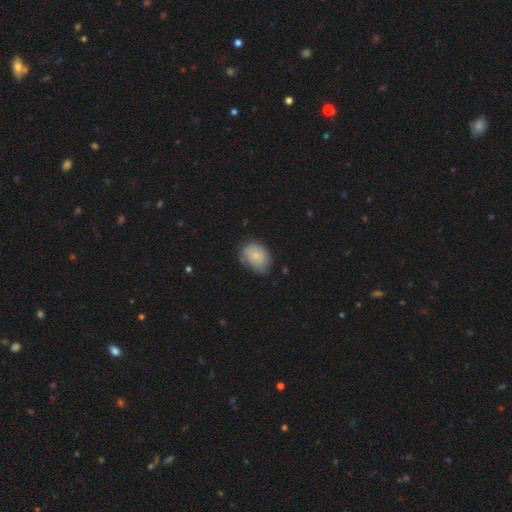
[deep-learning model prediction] Smooth or featured? Predicted: smooth (p=0.75). How rounded? Predicted: in between (p=0.68). Merging? Predicted: none (p=0.58).